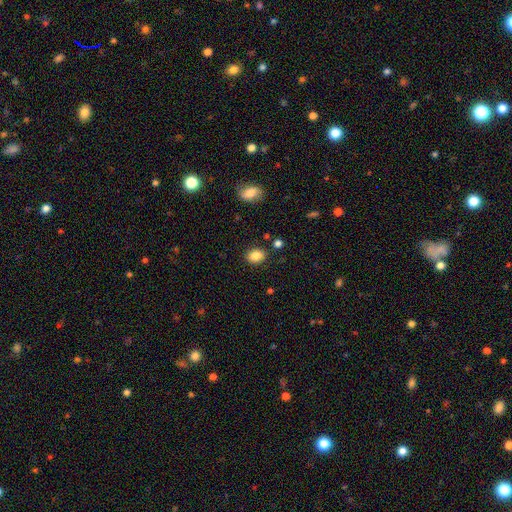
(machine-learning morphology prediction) A smooth galaxy with no disk features (85%) that is in between round and cigar-shaped (68%). Merging: none (84%).